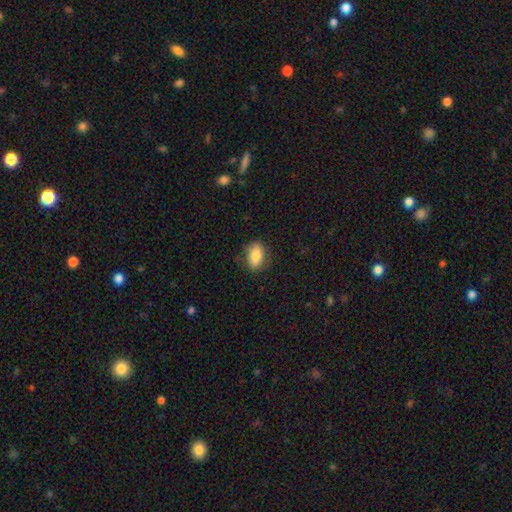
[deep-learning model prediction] A smooth galaxy with no disk features (82%) that is in between round and cigar-shaped (84%). Merging: none (77%).